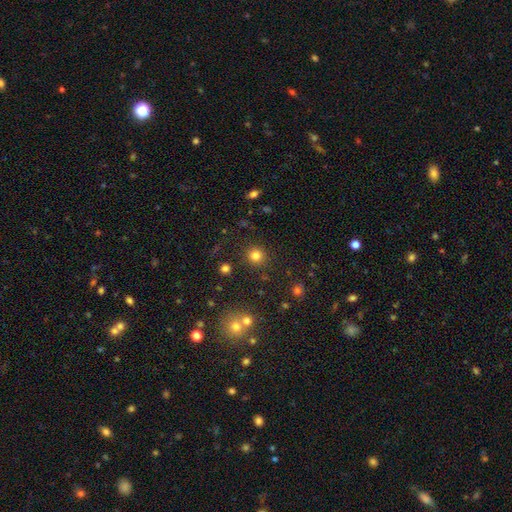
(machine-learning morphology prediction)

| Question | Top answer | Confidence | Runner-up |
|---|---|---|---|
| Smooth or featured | smooth | 80% | star or artifact (14%) |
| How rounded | round | 93% | in between (6%) |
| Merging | none | 89% | minor disturbance (6%) |